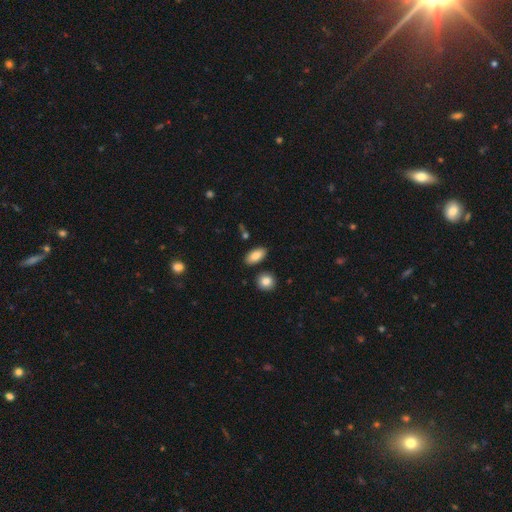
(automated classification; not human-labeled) This is clearly a smooth galaxy (87%). How rounded: clearly in between (89%). Merging: clearly none (84%).